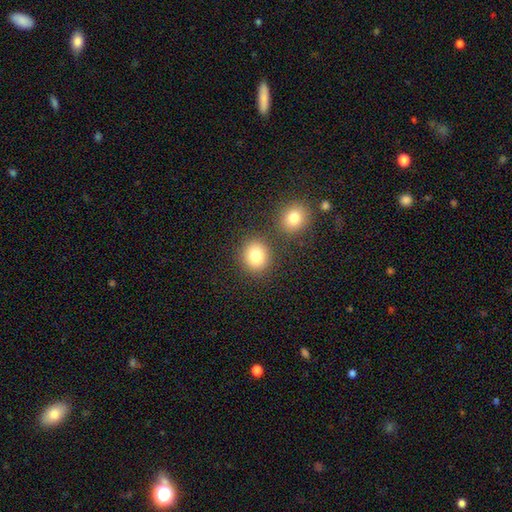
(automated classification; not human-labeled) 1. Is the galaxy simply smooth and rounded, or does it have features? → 81% smooth, 11% star or artifact, 8% featured or disk.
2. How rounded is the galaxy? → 82% round, 17% in between, 1% cigar-shaped.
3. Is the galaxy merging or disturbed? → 79% none, 11% merger, 8% minor disturbance, 3% major disturbance.